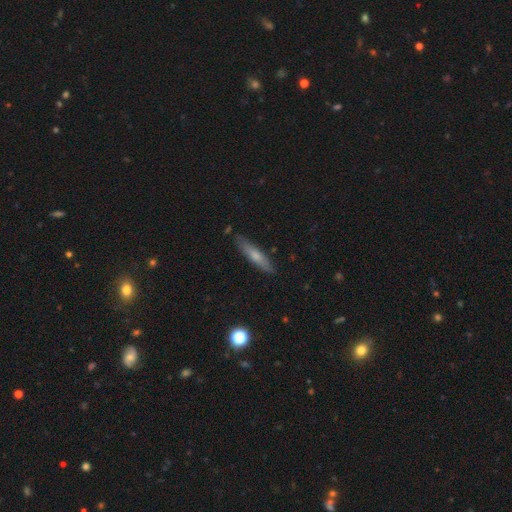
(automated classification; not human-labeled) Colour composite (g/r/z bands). It shows a smooth galaxy with no disk features (61%) that is cigar-shaped (83%). Merging: none (84%).